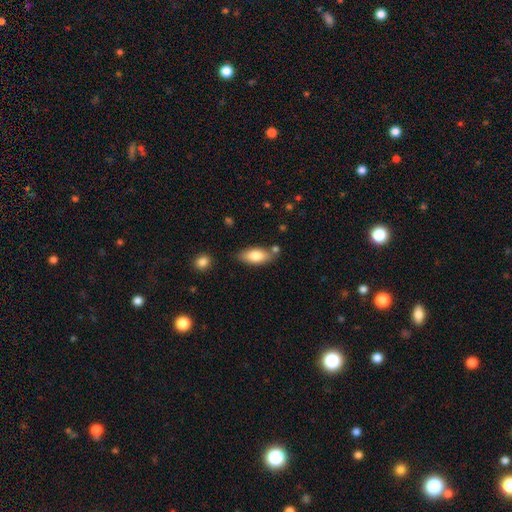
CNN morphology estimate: Smooth or featured? Predicted: smooth (p=0.80). How rounded? Predicted: in between (p=0.85). Merging? Predicted: none (p=0.76).